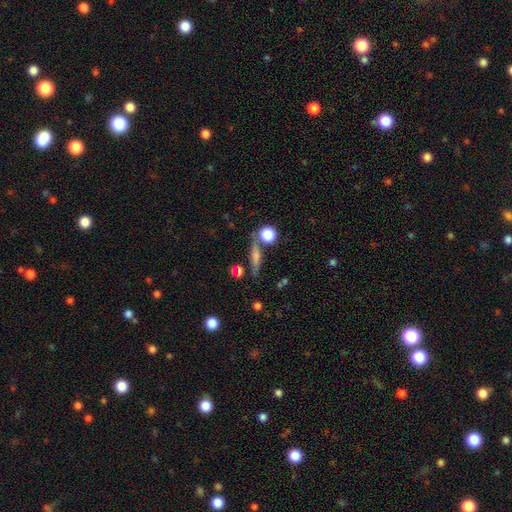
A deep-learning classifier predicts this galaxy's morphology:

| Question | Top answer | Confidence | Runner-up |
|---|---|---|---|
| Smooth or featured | featured or disk | 51% | smooth (31%) |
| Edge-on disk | yes | 86% | no (14%) |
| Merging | none | 74% | minor disturbance (11%) |